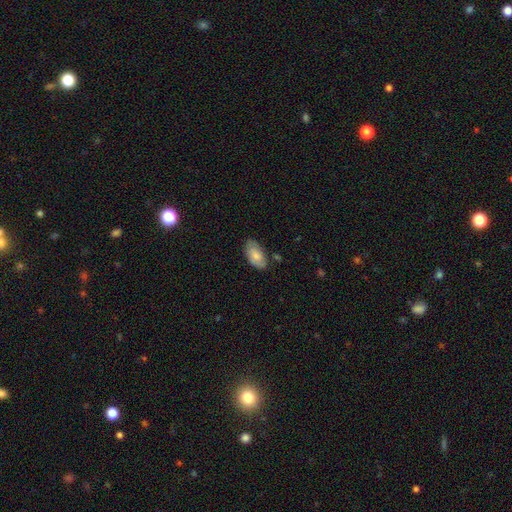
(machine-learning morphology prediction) smooth-or-featured: smooth: 73% | featured or disk: 21% | star or artifact: 7%
  how-rounded: in between: 94% | round: 3% | cigar-shaped: 3%
  merging: none: 73% | minor disturbance: 20% | major disturbance: 4% | merger: 3%